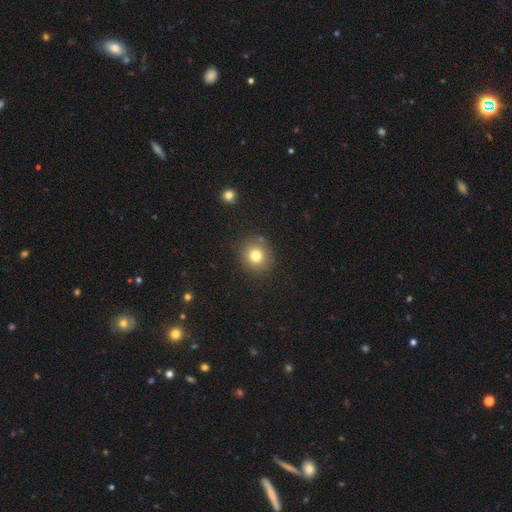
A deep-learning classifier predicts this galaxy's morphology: Smooth or featured? smooth (79%)
How rounded? round (85%)
Merging? none (86%)